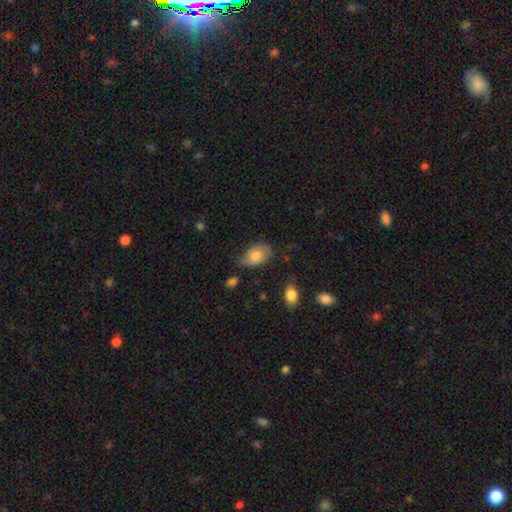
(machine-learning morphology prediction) A smooth galaxy with no disk features (72%) that is in between round and cigar-shaped (88%).

Vote fractions:
- Smooth or featured? smooth: 72% / featured or disk: 20% / star or artifact: 7%
- How rounded? in between: 88% / round: 11% / cigar-shaped: 1%
- Merging? none: 53% / minor disturbance: 34% / major disturbance: 10% / merger: 3%